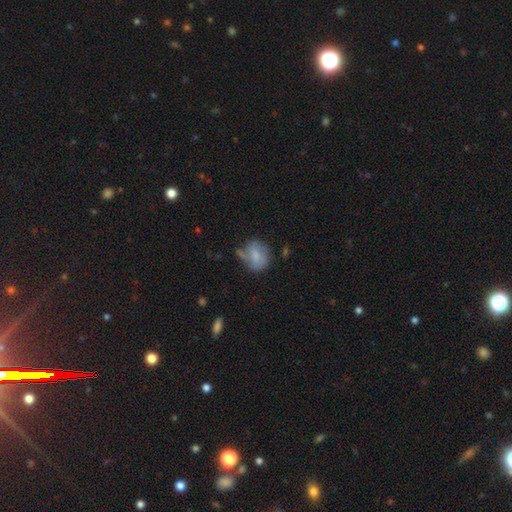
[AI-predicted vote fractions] smooth-or-featured: smooth: 67% | featured or disk: 24% | star or artifact: 9%
  how-rounded: round: 59% | in between: 39% | cigar-shaped: 1%
  merging: none: 46% | minor disturbance: 30% | major disturbance: 15% | merger: 9%